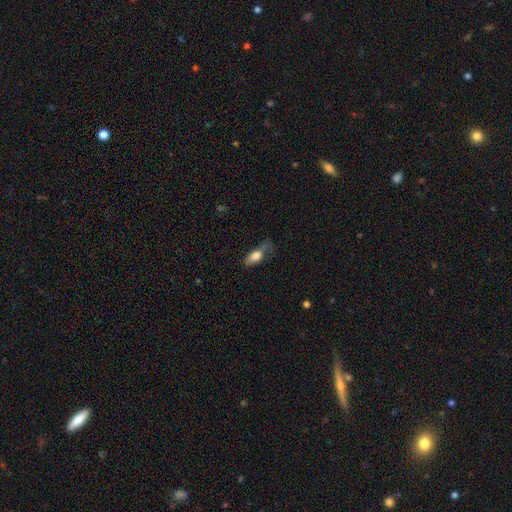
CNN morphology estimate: Smooth or featured? smooth (75%)
How rounded? in between (79%)
Merging? none (33%)